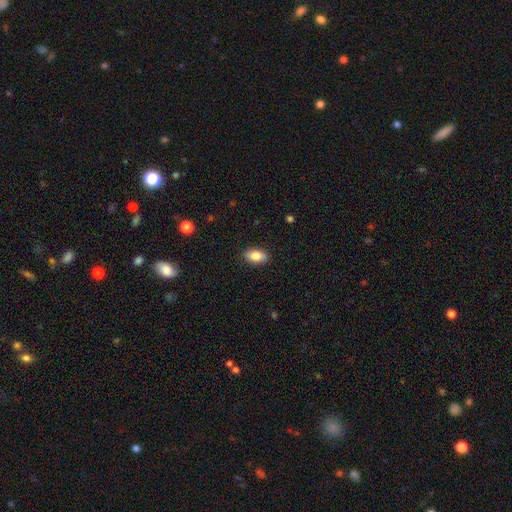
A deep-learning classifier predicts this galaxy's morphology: smooth-or-featured: smooth: 81% | featured or disk: 12% | star or artifact: 7%
  how-rounded: in between: 89% | round: 6% | cigar-shaped: 5%
  merging: none: 89% | minor disturbance: 8% | major disturbance: 2% | merger: 1%